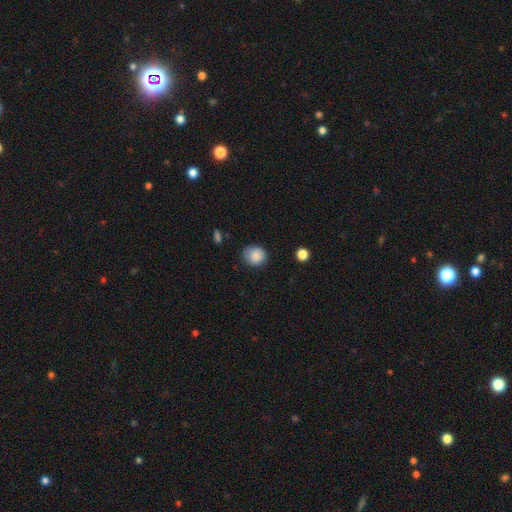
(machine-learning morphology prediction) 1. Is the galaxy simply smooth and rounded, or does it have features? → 85% smooth, 8% star or artifact, 7% featured or disk.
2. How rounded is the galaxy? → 77% round, 22% in between, 1% cigar-shaped.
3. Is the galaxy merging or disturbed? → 71% none, 22% minor disturbance, 5% major disturbance, 2% merger.